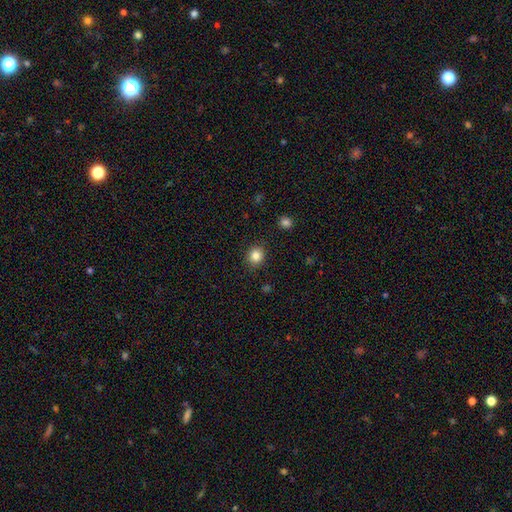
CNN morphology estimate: This is clearly a smooth galaxy (84%). How rounded: clearly round (80%). Merging: clearly none (89%).